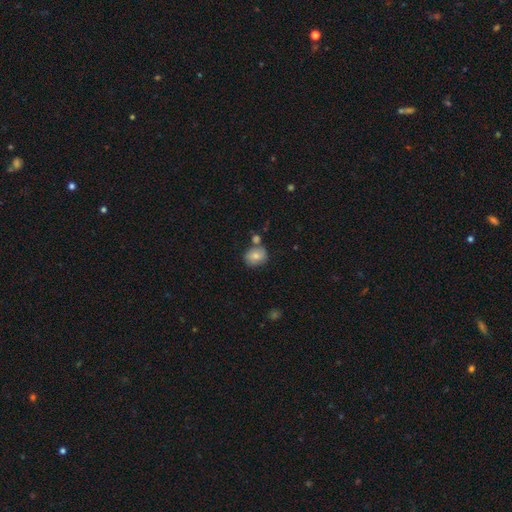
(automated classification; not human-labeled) smooth_or_featured: smooth (p=0.76) [alt: featured or disk p=0.15]
how_rounded: round (p=0.59) [alt: in between p=0.40]
merging: none (p=0.64) [alt: merger p=0.17]